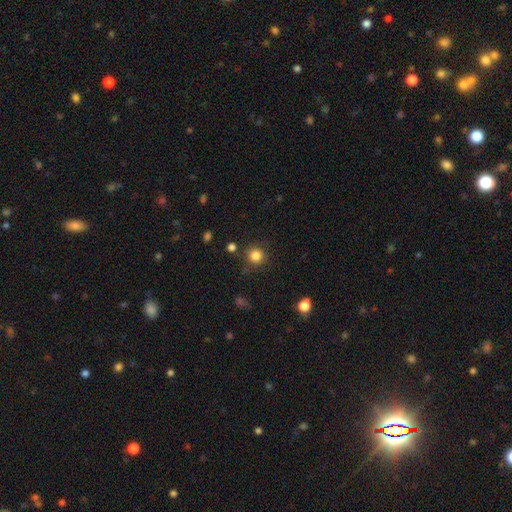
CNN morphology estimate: smooth-or-featured: smooth: 83% | star or artifact: 12% | featured or disk: 5%
  how-rounded: round: 92% | in between: 7% | cigar-shaped: 1%
  merging: none: 83% | minor disturbance: 10% | merger: 4% | major disturbance: 4%